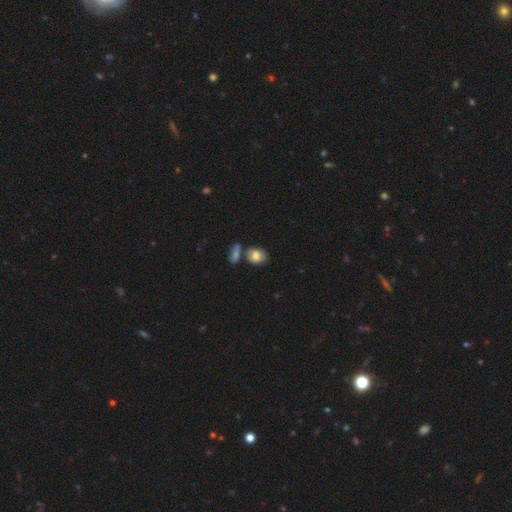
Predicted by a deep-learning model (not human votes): Q: Smooth or featured?
A: smooth (81%); runner-up: featured or disk (10%)
Q: How rounded?
A: in between (60%); runner-up: round (38%)
Q: Merging?
A: none (55%); runner-up: merger (24%)